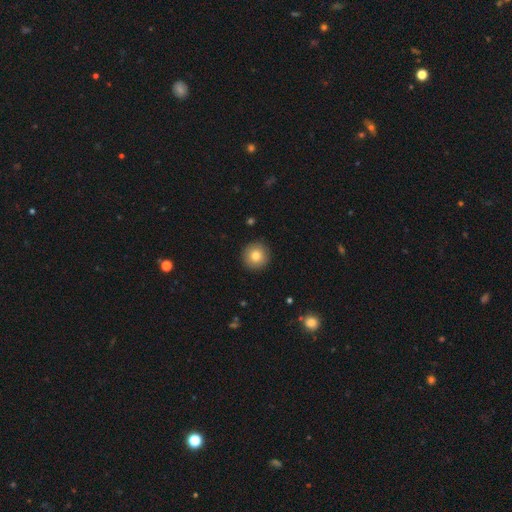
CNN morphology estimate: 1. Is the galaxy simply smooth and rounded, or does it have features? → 80% smooth, 10% featured or disk, 9% star or artifact.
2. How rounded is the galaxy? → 95% round, 4% in between, 1% cigar-shaped.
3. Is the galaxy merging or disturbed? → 92% none, 5% minor disturbance, 2% major disturbance, 1% merger.